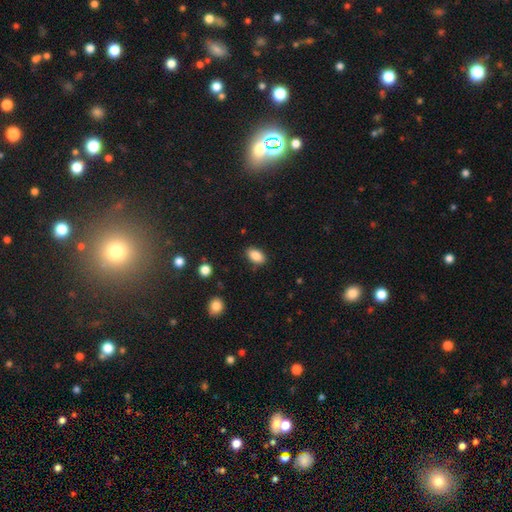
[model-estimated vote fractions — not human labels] This appears to be a smooth galaxy with no disk features (87%) that is in between round and cigar-shaped (91%). Merging: none (87%).